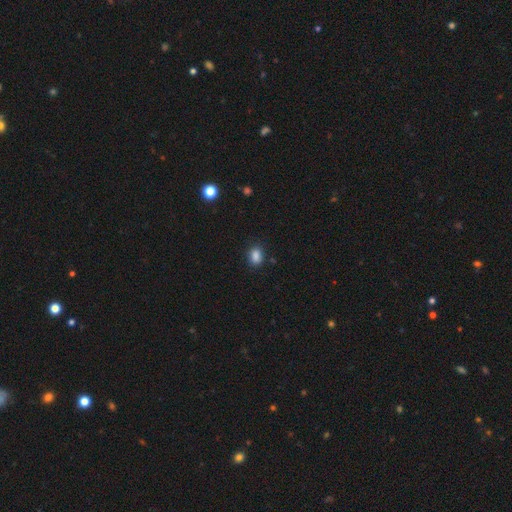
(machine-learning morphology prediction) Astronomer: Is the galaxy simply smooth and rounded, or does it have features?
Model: smooth — 86%.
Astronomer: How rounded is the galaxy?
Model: in between — 72%.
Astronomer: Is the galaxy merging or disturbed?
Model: none — 84%.